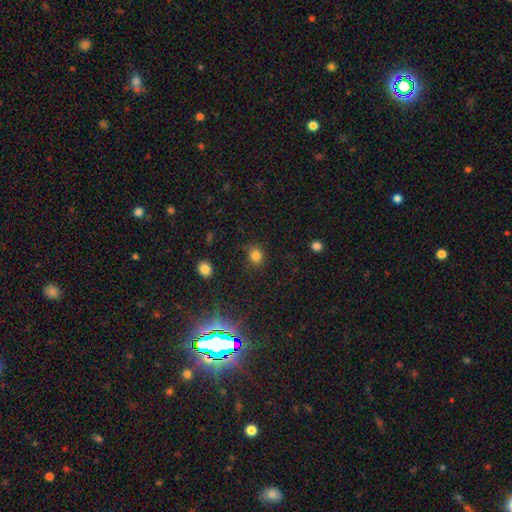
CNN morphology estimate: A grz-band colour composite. It shows a smooth galaxy with no disk features (80%) that is round (79%). Merging: none (82%).